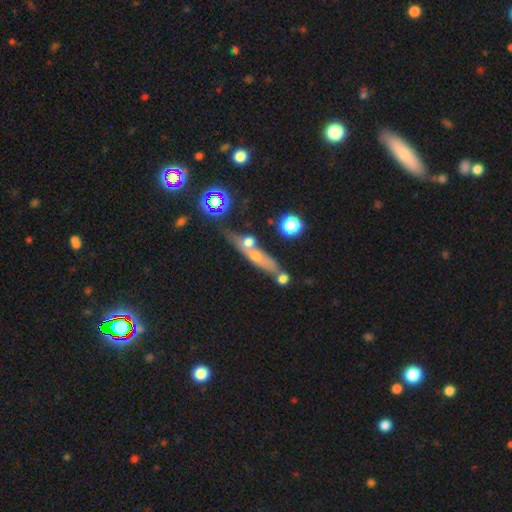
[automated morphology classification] This appears to be a smooth galaxy with no disk features (43%). Merging: none (49%).